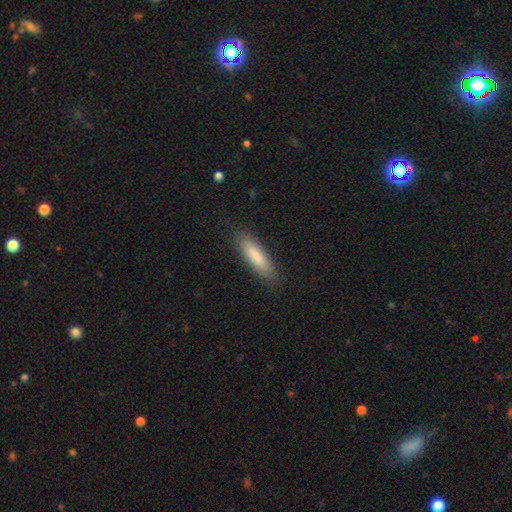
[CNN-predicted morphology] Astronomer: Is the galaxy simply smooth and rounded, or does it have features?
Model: smooth — 85%.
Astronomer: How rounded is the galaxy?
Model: cigar-shaped — 66%.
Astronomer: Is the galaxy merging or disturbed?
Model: none — 87%.